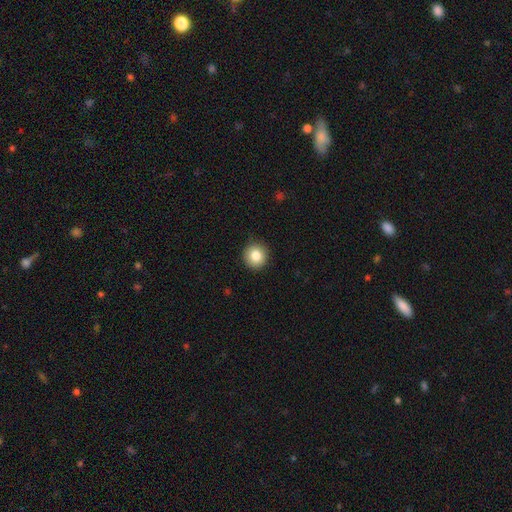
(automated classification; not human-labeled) Morphology: type=smooth (83%); roundness=round (94%); merging=none (91%).